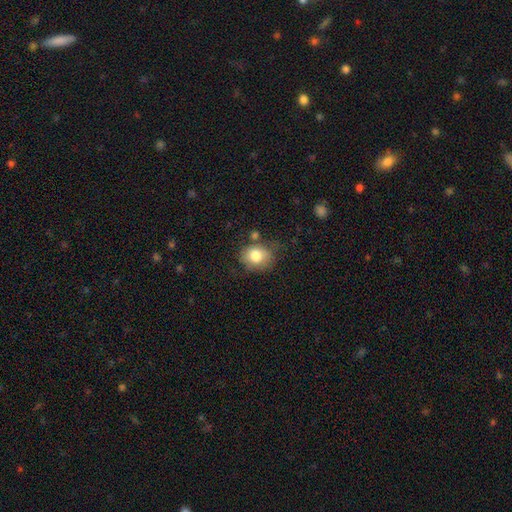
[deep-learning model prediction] Overall: smooth (80%). How rounded: round (60%; in between 39%). Merging: none (59%; minor disturbance 25%).